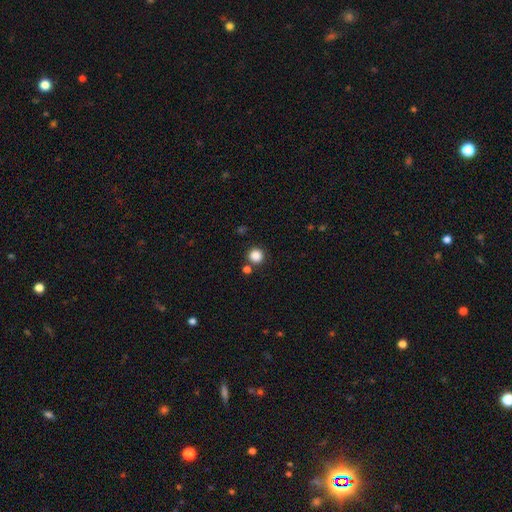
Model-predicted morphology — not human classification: smooth_or_featured: smooth (p=0.86) [alt: star or artifact p=0.11]
how_rounded: round (p=0.94) [alt: in between p=0.05]
merging: none (p=0.83) [alt: merger p=0.08]